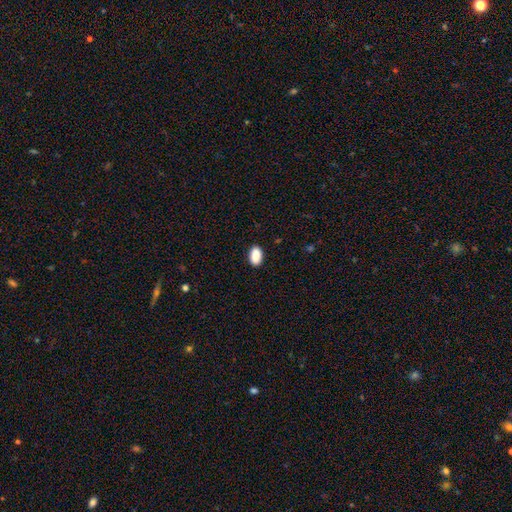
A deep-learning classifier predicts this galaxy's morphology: smooth-or-featured: smooth: 90% | star or artifact: 7% | featured or disk: 3%
  how-rounded: in between: 93% | round: 5% | cigar-shaped: 2%
  merging: none: 89% | minor disturbance: 8% | major disturbance: 2% | merger: 1%